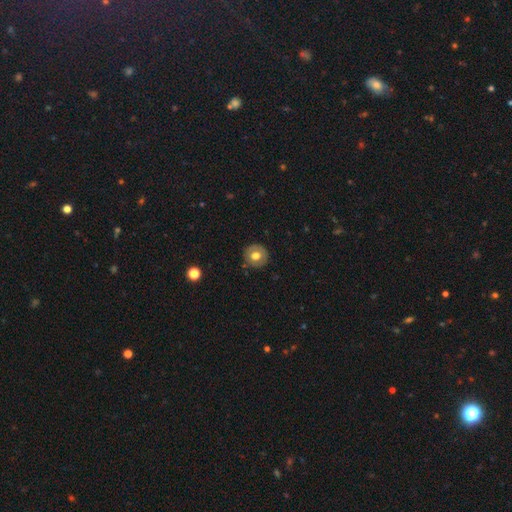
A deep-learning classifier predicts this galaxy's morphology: smooth 64%, featured or disk 28%, star or artifact 8%. Down the decision tree: how rounded — round (91%); merging — none (87%).